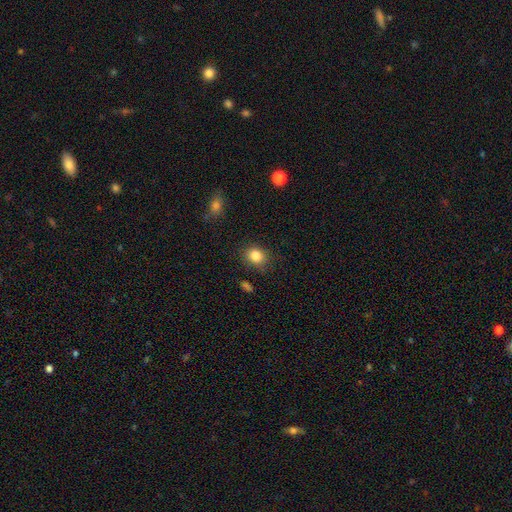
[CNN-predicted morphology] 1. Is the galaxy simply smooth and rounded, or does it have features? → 83% smooth, 10% star or artifact, 6% featured or disk.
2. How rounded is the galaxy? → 64% round, 35% in between, 1% cigar-shaped.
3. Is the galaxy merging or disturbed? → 83% none, 12% minor disturbance, 3% major disturbance, 2% merger.